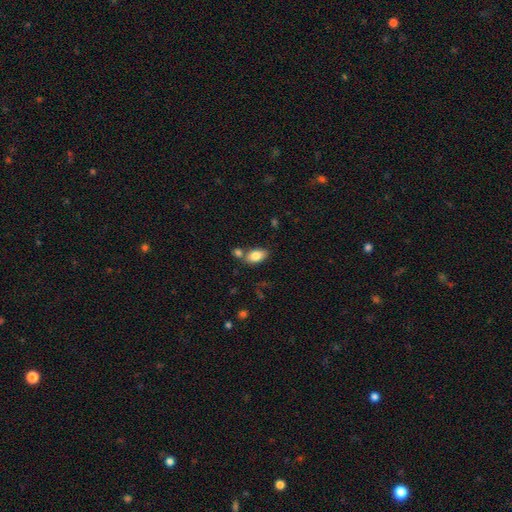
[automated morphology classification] Smooth or featured? Predicted: smooth (p=0.83). How rounded? Predicted: in between (p=0.91). Merging? Predicted: none (p=0.61).